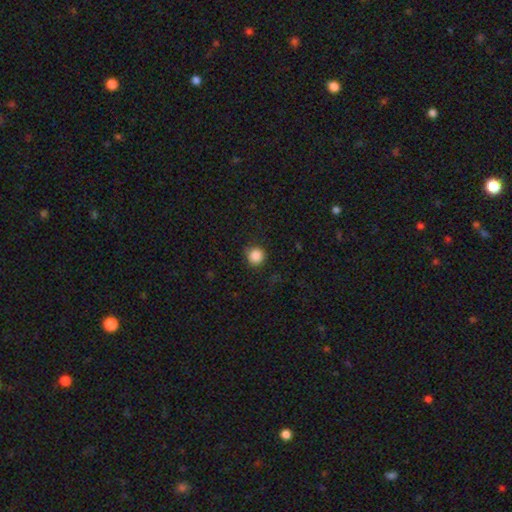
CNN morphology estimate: Smooth or featured?
  - smooth: 87% *
  - star or artifact: 10%
  - featured or disk: 3%
How rounded?
  - round: 93% *
  - in between: 6%
  - cigar-shaped: 1%
Merging?
  - none: 85% *
  - minor disturbance: 11%
  - major disturbance: 3%
  - merger: 1%